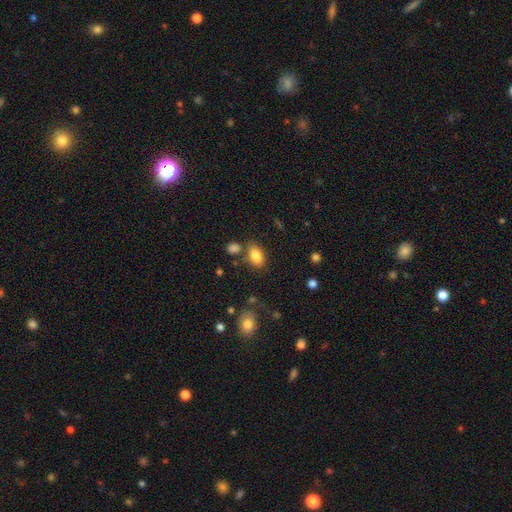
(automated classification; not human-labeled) Morphology: type=smooth (84%); roundness=in between (86%); merging=none (69%).